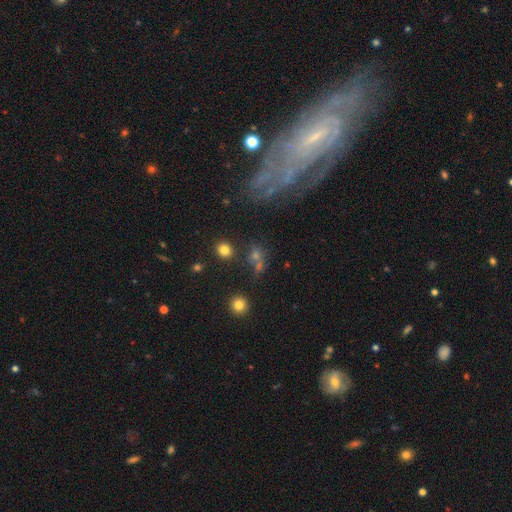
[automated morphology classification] Q: Smooth or featured?
A: smooth (57%); runner-up: star or artifact (25%)
Q: How rounded?
A: round (71%); runner-up: in between (26%)
Q: Merging?
A: none (65%); runner-up: merger (15%)